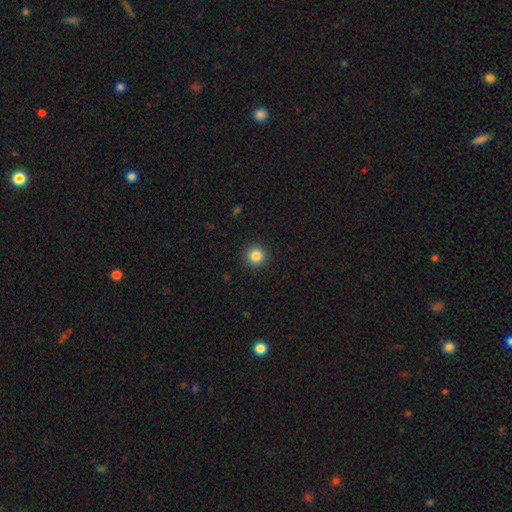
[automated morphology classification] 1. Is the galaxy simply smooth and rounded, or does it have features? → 85% smooth, 11% star or artifact, 4% featured or disk.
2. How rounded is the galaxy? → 95% round, 4% in between, 1% cigar-shaped.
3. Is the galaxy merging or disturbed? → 92% none, 5% minor disturbance, 2% major disturbance, 1% merger.